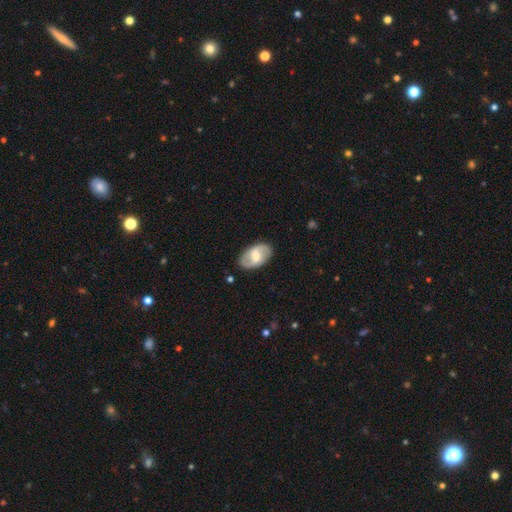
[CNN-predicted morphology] Q: Smooth or featured?
A: featured or disk (63%); runner-up: smooth (31%)
Q: Edge-on disk?
A: no (95%); runner-up: yes (5%)
Q: Bar?
A: weak (49%); runner-up: strong (31%)
Q: Spiral arms?
A: yes (73%); runner-up: no (27%)
Q: Bulge size?
A: moderate (55%); runner-up: small (25%)
Q: Merging?
A: none (85%); runner-up: minor disturbance (11%)